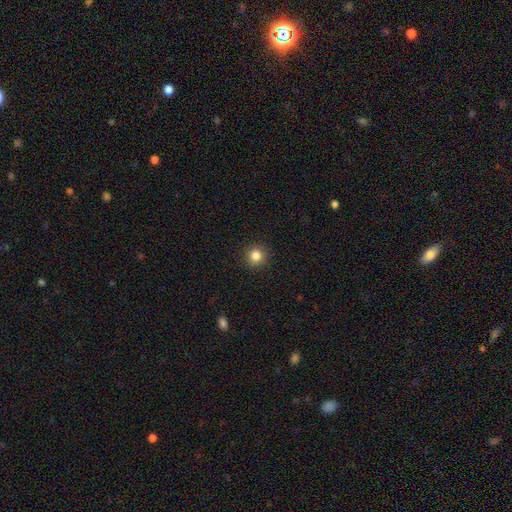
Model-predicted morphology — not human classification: The model was most divided on "smooth or featured": smooth: 83%, star or artifact: 12%, featured or disk: 5%. More confident: how rounded — round (94%); merging — none (92%).